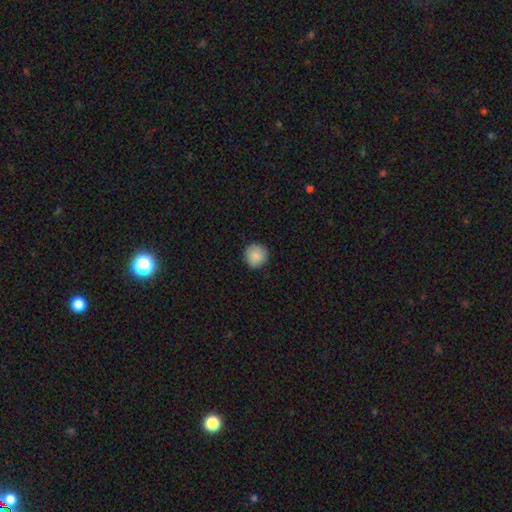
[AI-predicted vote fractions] Smooth or featured: smooth — 87% (star or artifact — 8%)
How rounded: round — 94% (in between — 5%)
Merging: none — 90% (minor disturbance — 7%)